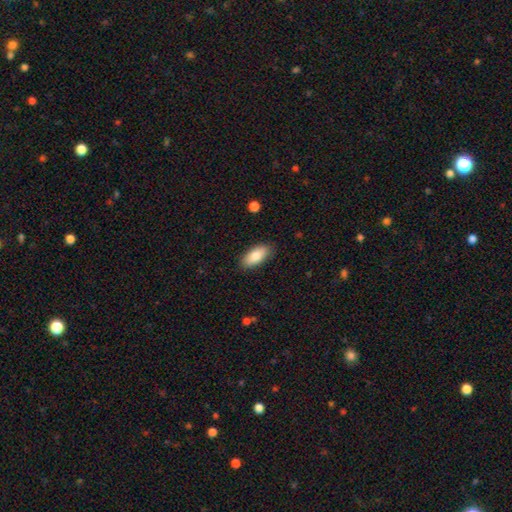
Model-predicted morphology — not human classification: smooth 84%, featured or disk 9%, star or artifact 6%. Down the decision tree: how rounded — in between (87%); merging — none (87%).